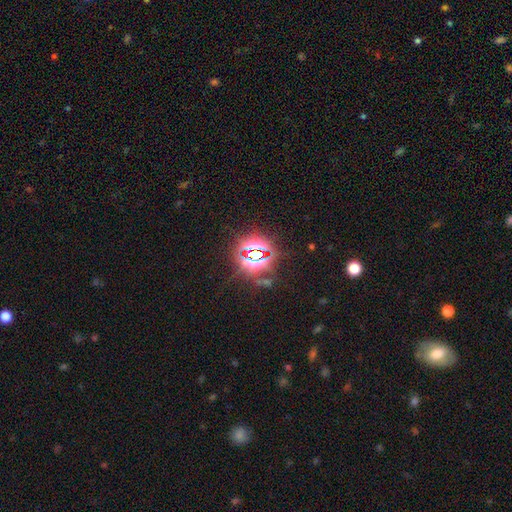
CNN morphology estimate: Q: Smooth or featured?
A: star or artifact (79%); runner-up: smooth (12%)